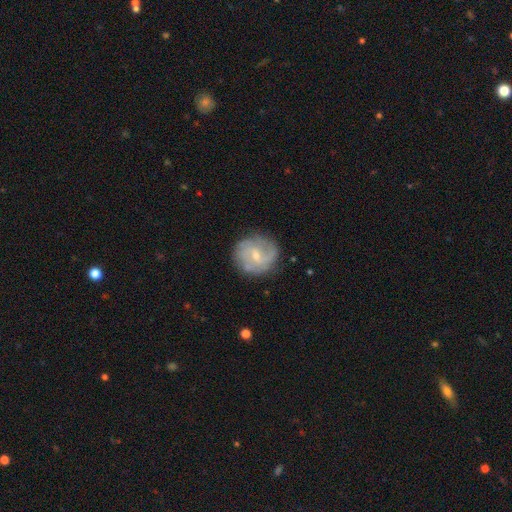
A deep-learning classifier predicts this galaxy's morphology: This is likely a featured or disk galaxy (77%). It is clearly not viewed edge-on (98%). Bar: possibly weak (52%). Spiral arm pattern: clearly yes (93%). Spiral arm count: marginally 2 (42%). Spiral winding: marginally medium (44%). Central bulge: likely small (64%). Merging: likely none (78%).